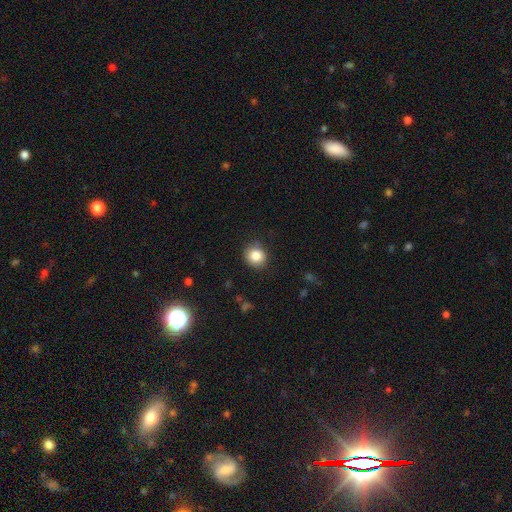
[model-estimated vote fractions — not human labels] Smooth or featured?
  - smooth: 84% *
  - star or artifact: 10%
  - featured or disk: 6%
How rounded?
  - round: 81% *
  - in between: 18%
  - cigar-shaped: 1%
Merging?
  - none: 83% *
  - minor disturbance: 13%
  - major disturbance: 3%
  - merger: 1%